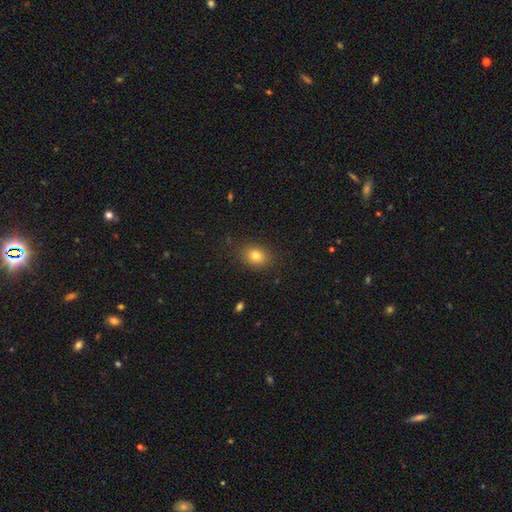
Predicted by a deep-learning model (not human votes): Q: Smooth or featured?
A: smooth (80%); runner-up: star or artifact (12%)
Q: How rounded?
A: in between (50%); runner-up: round (49%)
Q: Merging?
A: none (85%); runner-up: minor disturbance (11%)